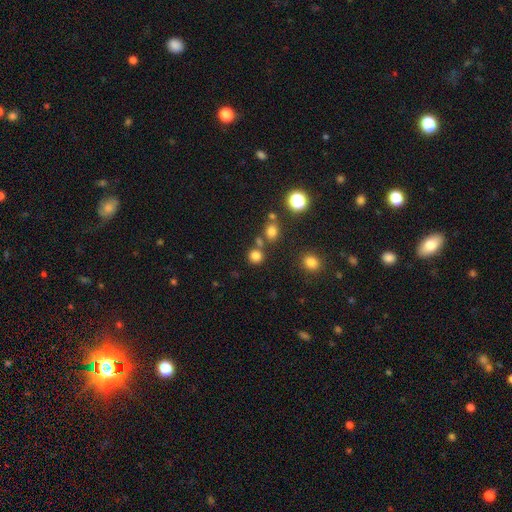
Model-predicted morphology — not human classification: This appears to be a smooth galaxy with no disk features (77%) that is round (87%). Merging: none (72%).